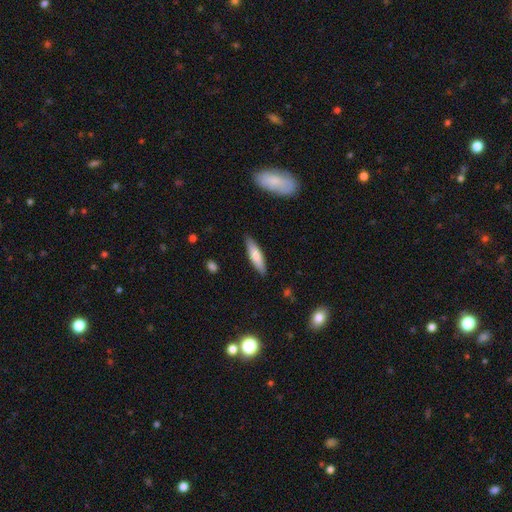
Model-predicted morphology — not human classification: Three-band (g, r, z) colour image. It shows a smooth galaxy with no disk features (73%) that is cigar-shaped (67%). Merging: none (86%).